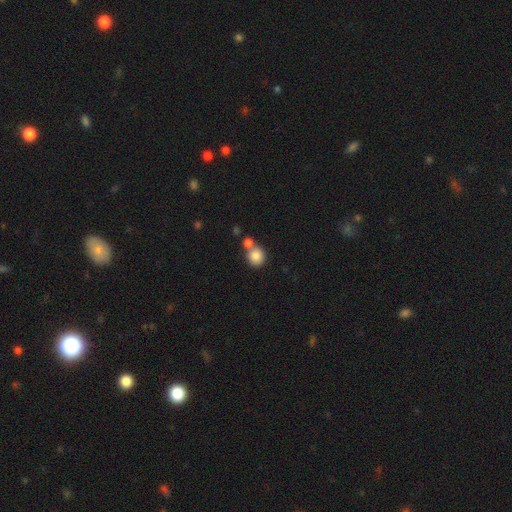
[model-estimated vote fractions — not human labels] Q: Smooth or featured?
A: smooth (84%); runner-up: star or artifact (9%)
Q: How rounded?
A: round (87%); runner-up: in between (12%)
Q: Merging?
A: none (52%); runner-up: merger (37%)